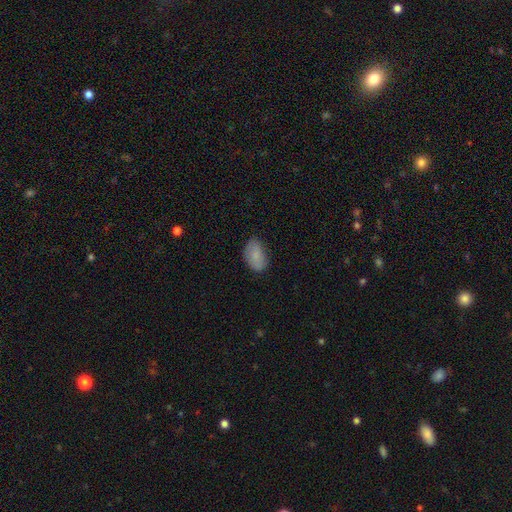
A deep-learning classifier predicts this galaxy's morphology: This is clearly a smooth galaxy (83%). How rounded: clearly in between (91%). Merging: likely none (74%).